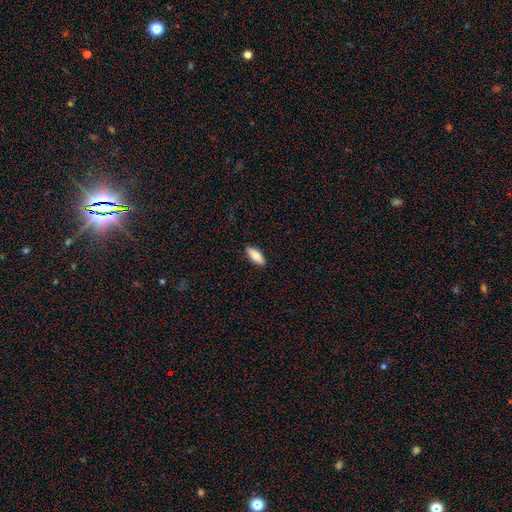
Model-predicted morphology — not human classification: This appears to be a smooth galaxy with no disk features (80%) that is in between round and cigar-shaped (75%). Merging: none (89%).